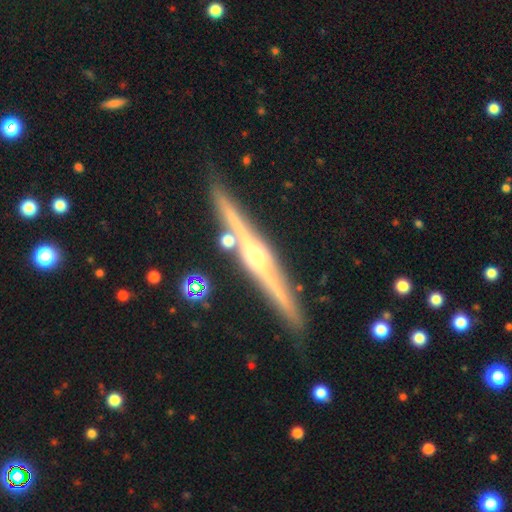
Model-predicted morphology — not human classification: Smooth or featured? featured or disk (85%)
Edge-on disk? yes (98%)
Edge-on bulge? rounded (89%)
Merging? none (87%)